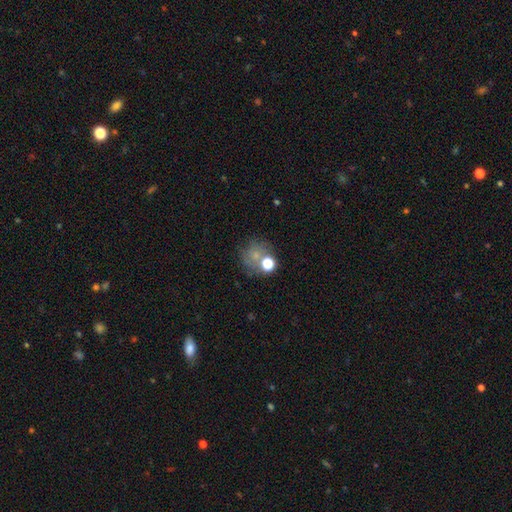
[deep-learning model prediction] Q: Smooth or featured?
A: smooth (61%); runner-up: featured or disk (20%)
Q: How rounded?
A: round (80%); runner-up: in between (19%)
Q: Merging?
A: none (51%); runner-up: merger (21%)